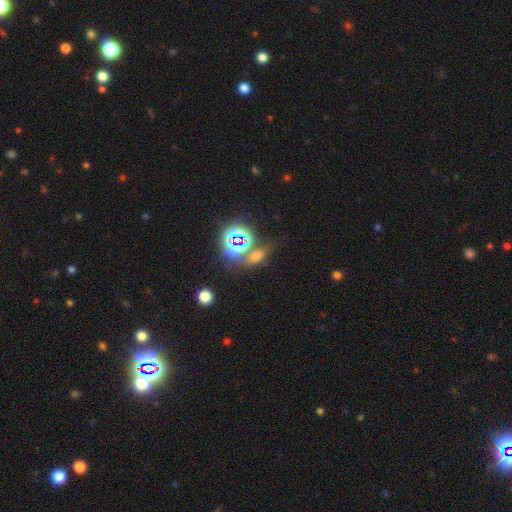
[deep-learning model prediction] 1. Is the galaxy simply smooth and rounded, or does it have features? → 49% star or artifact, 38% smooth, 13% featured or disk.